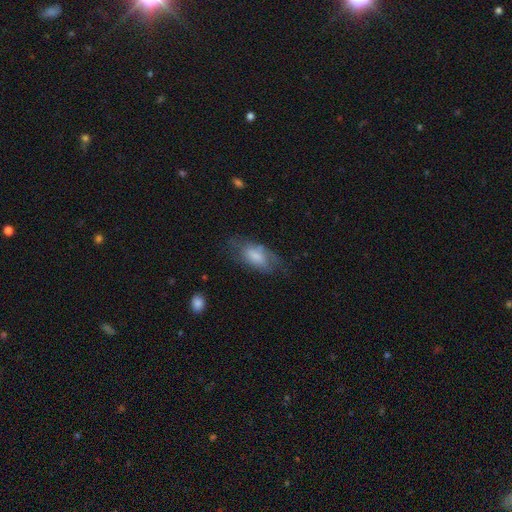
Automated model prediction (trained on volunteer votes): Morphology: type=smooth (64%); roundness=in between (90%); merging=none (53%).